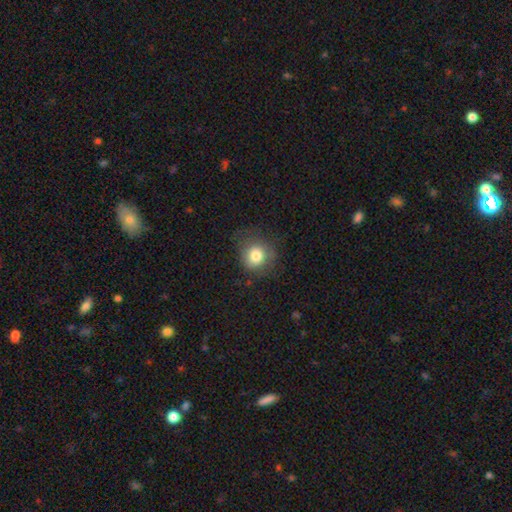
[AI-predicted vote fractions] A smooth galaxy with no disk features (80%) that is round (84%).

Vote fractions:
- Smooth or featured? smooth: 80% / star or artifact: 10% / featured or disk: 9%
- How rounded? round: 84% / in between: 15% / cigar-shaped: 1%
- Merging? none: 70% / minor disturbance: 20% / major disturbance: 8% / merger: 1%